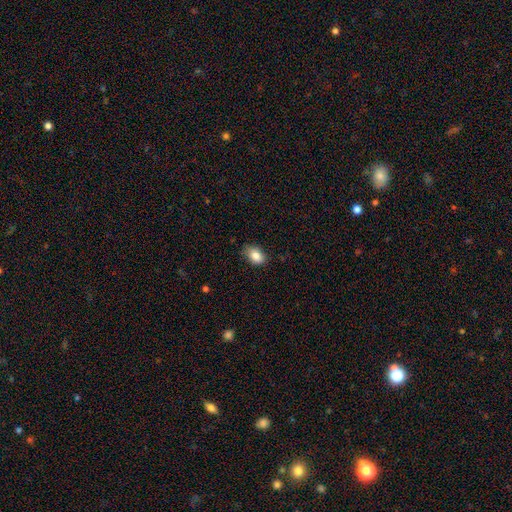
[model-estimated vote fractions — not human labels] Smooth or featured? smooth (85%)
How rounded? in between (82%)
Merging? none (77%)